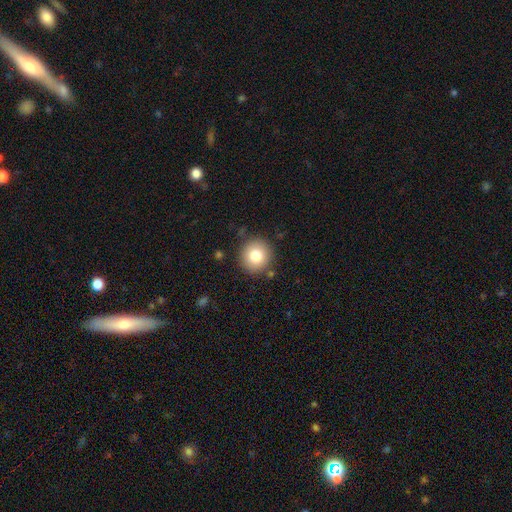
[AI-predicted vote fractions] smooth 80%, featured or disk 10%, star or artifact 10%. Down the decision tree: how rounded — round (94%); merging — none (87%).